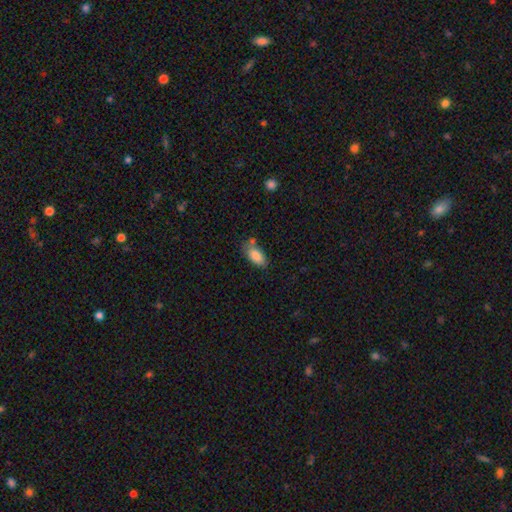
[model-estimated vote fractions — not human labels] Smooth or featured: smooth — 84% (featured or disk — 9%)
How rounded: in between — 90% (cigar-shaped — 7%)
Merging: none — 58% (minor disturbance — 23%)